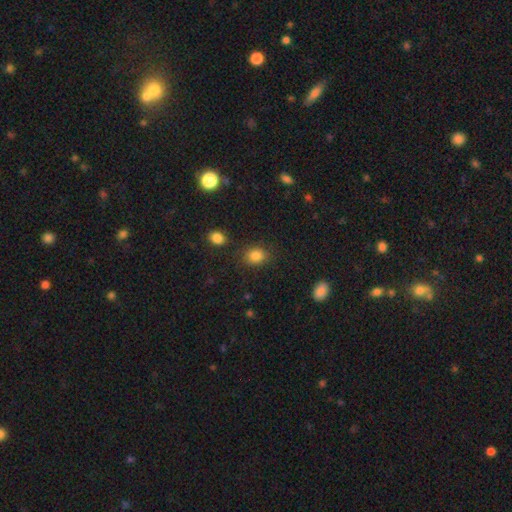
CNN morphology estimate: Smooth or featured? Predicted: smooth (p=0.84). How rounded? Predicted: round (p=0.51). Merging? Predicted: none (p=0.82).